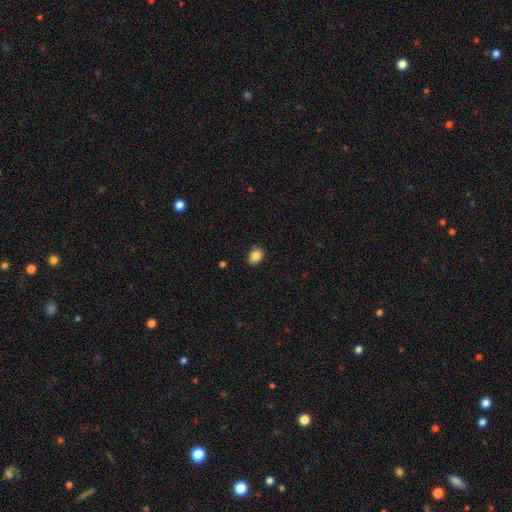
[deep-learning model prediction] Overall: smooth (85%). How rounded: in between (63%; round 36%). Merging: none (85%).